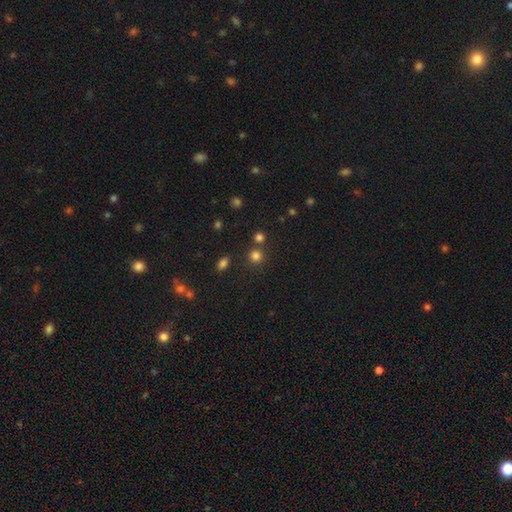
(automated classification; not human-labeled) This is likely a smooth galaxy (77%). How rounded: clearly round (90%). Merging: likely none (77%).